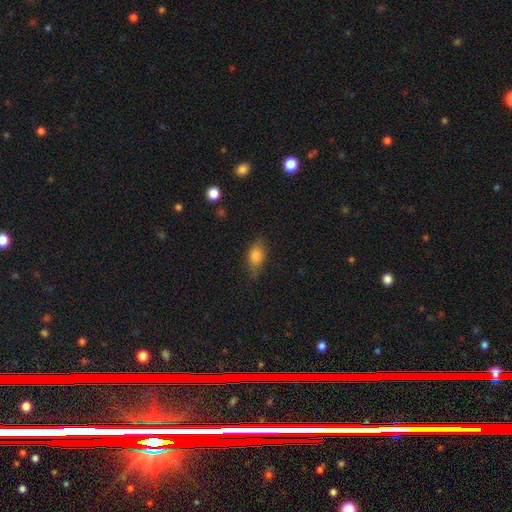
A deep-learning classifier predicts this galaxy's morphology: A smooth galaxy with no disk features (74%) that is in between round and cigar-shaped (80%).

Vote fractions:
- Smooth or featured? smooth: 74% / featured or disk: 18% / star or artifact: 9%
- How rounded? in between: 80% / round: 11% / cigar-shaped: 9%
- Merging? none: 71% / minor disturbance: 22% / major disturbance: 6% / merger: 1%